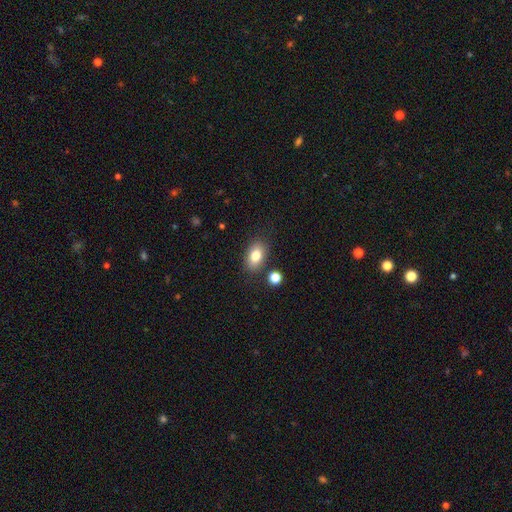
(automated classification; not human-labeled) Smooth or featured? Predicted: smooth (p=0.81). How rounded? Predicted: in between (p=0.84). Merging? Predicted: none (p=0.81).